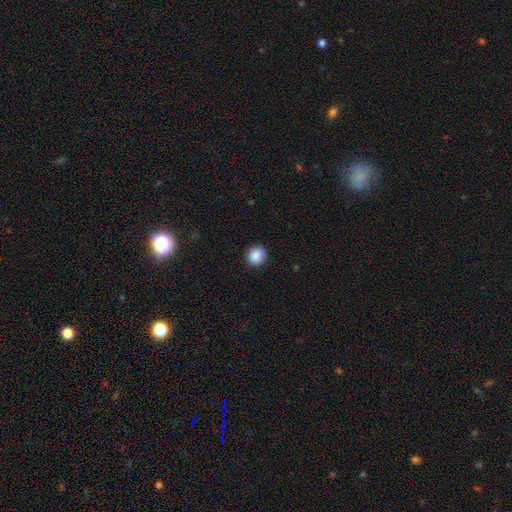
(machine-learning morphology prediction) Smooth or featured? smooth (87%)
How rounded? round (84%)
Merging? none (90%)